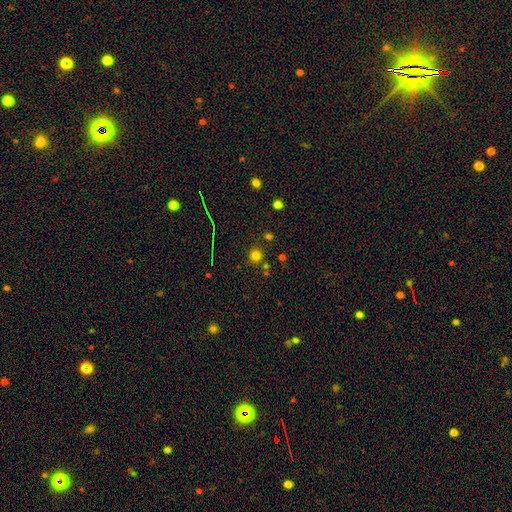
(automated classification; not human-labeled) A smooth galaxy with no disk features (73%) that is round (93%). Merging: none (80%).